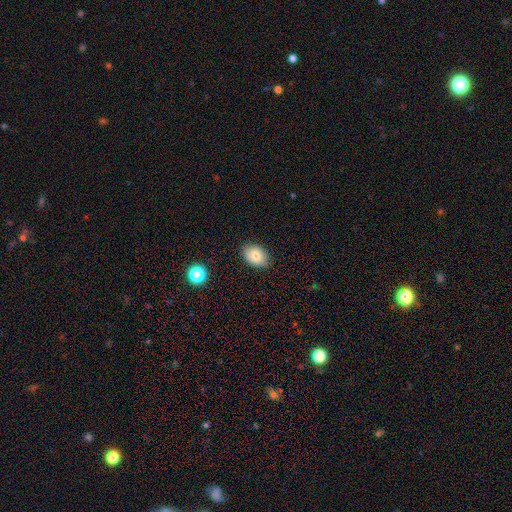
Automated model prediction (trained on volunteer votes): The model was most divided on "how rounded": in between: 77%, round: 22%, cigar-shaped: 1%. More confident: merging — none (85%); smooth or featured — smooth (80%).